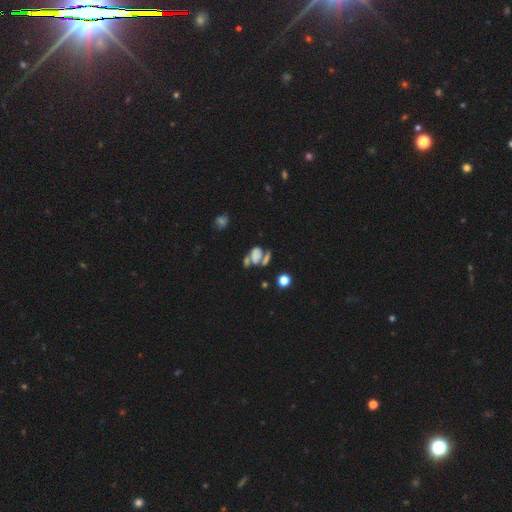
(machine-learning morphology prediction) smooth-or-featured: smooth: 46% | featured or disk: 33% | star or artifact: 21%
  merging: merger: 42% | none: 28% | major disturbance: 16% | minor disturbance: 14%